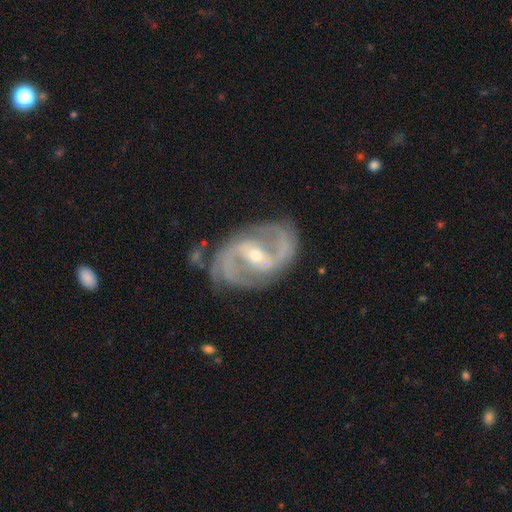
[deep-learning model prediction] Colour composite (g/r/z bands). It shows a featured or disk galaxy (92%) with a strong bar (44%), 2 (85%) medium (56%) spiral arms (98%) and a moderate central bulge (49%). Merging: none (72%).